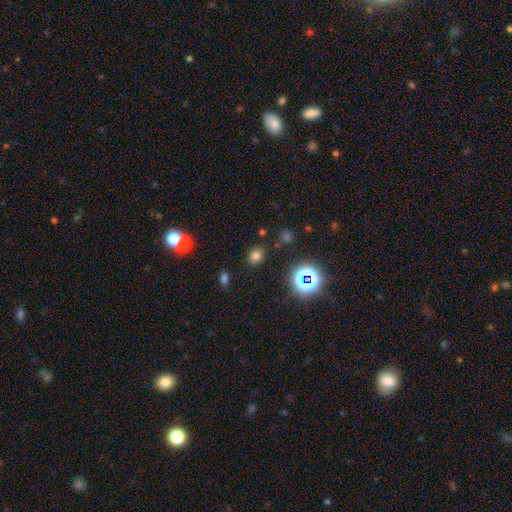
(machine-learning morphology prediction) smooth 70%, star or artifact 23%, featured or disk 7%. Down the decision tree: how rounded — in between (51%); merging — none (82%).